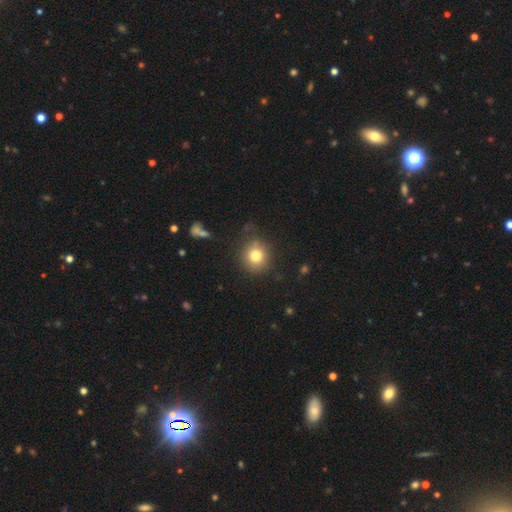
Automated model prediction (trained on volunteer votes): Smooth or featured?
  - smooth: 79% *
  - star or artifact: 11%
  - featured or disk: 9%
How rounded?
  - round: 87% *
  - in between: 12%
  - cigar-shaped: 1%
Merging?
  - none: 79% *
  - minor disturbance: 14%
  - major disturbance: 5%
  - merger: 3%